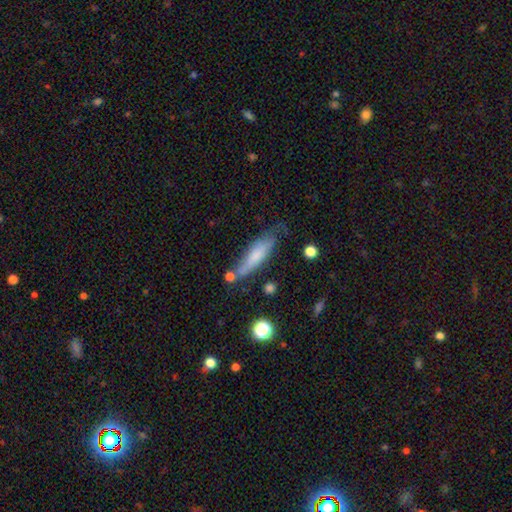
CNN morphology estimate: Smooth or featured? smooth (66%)
How rounded? cigar-shaped (72%)
Merging? none (54%)